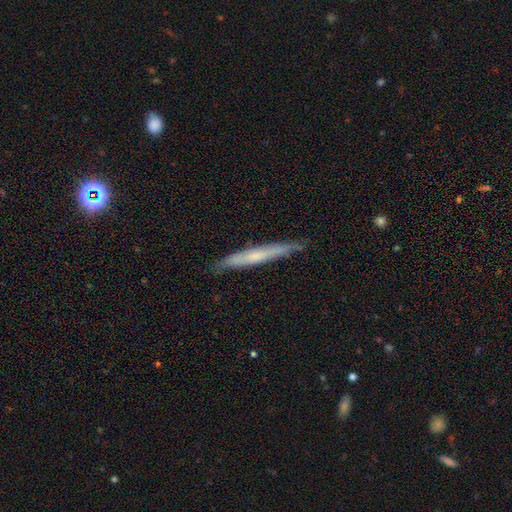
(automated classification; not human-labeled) Smooth or featured?
  - smooth: 48% *
  - featured or disk: 46%
  - star or artifact: 6%
Merging?
  - none: 86% *
  - minor disturbance: 11%
  - major disturbance: 2%
  - merger: 1%